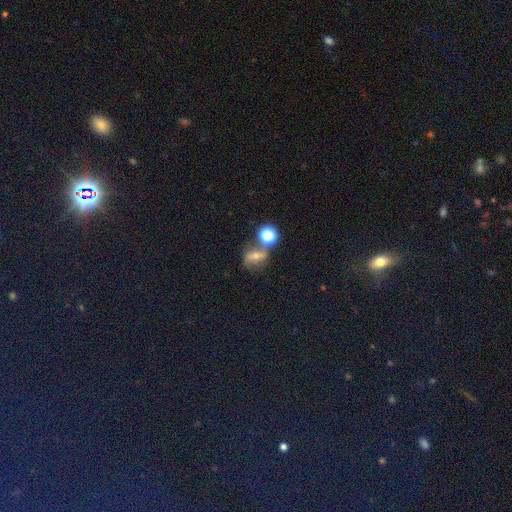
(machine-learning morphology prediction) Smooth or featured: featured or disk — 48% (smooth — 30%)
Merging: none — 52% (merger — 23%)